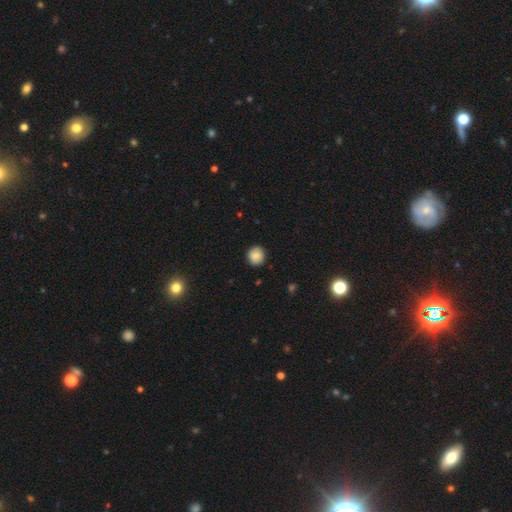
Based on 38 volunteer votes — smooth 79%, featured or disk 11%, star or artifact 11%. Down the decision tree: how rounded — round (97%); merging — none (91%).